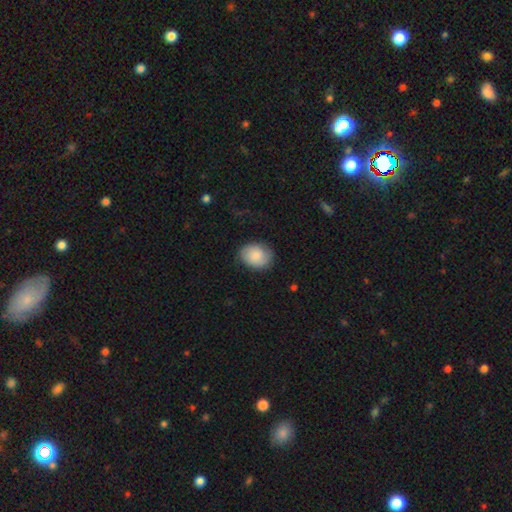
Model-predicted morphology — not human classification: type=smooth (82%); roundness=round (51%); merging=none (80%).